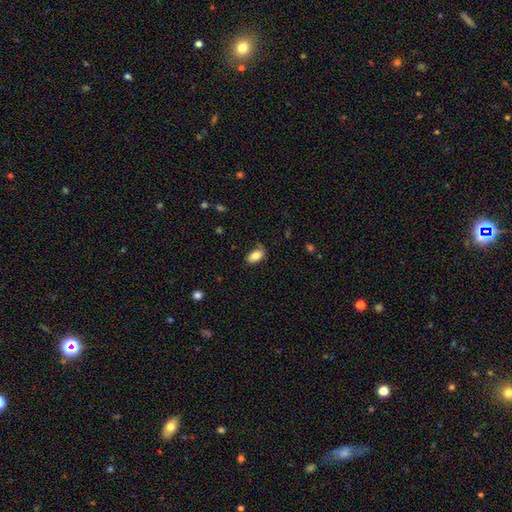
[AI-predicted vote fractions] Smooth or featured? Predicted: smooth (p=0.81). How rounded? Predicted: in between (p=0.92). Merging? Predicted: none (p=0.71).